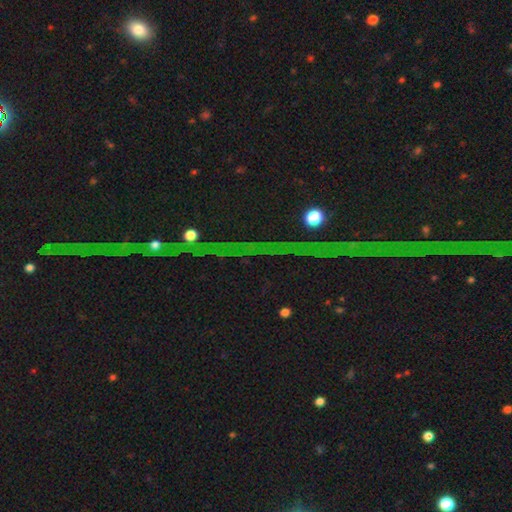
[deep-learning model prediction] The model was most divided on "smooth or featured": star or artifact: 81%, featured or disk: 11%, smooth: 8%.